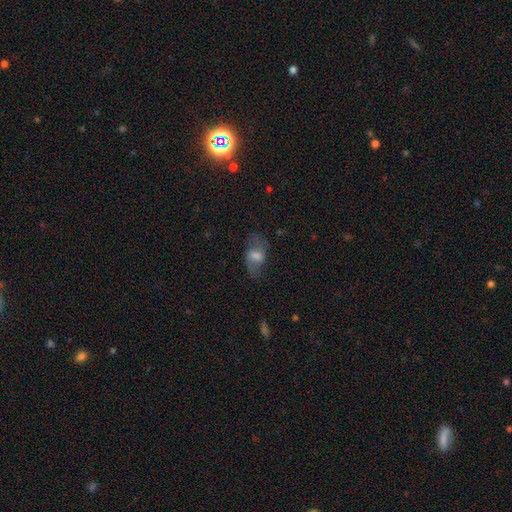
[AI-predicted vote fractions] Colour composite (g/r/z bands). It shows a featured or disk galaxy (51%). Merging: none (66%).